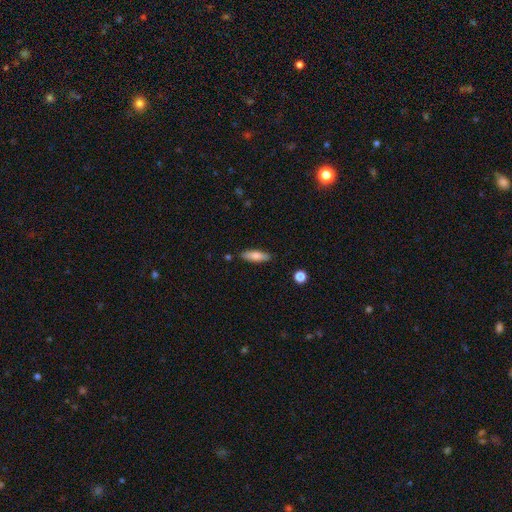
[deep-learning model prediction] smooth-or-featured: smooth: 74% | featured or disk: 20% | star or artifact: 7%
  how-rounded: in between: 49% | cigar-shaped: 48% | round: 2%
  merging: none: 86% | minor disturbance: 10% | merger: 2% | major disturbance: 2%